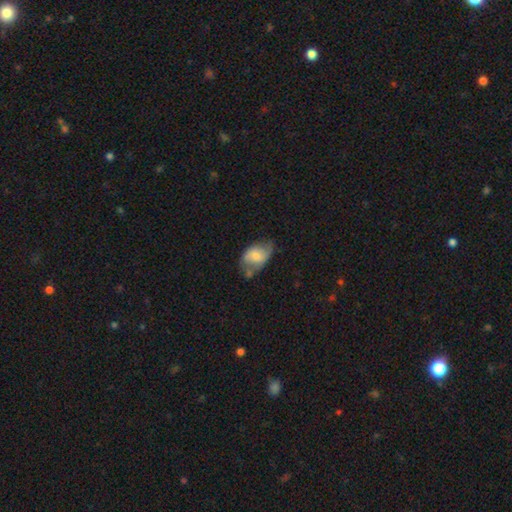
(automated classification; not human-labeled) The model was most divided on "merging": none: 44%, minor disturbance: 36%, major disturbance: 13%, merger: 8%. More confident: how rounded — in between (87%); smooth or featured — smooth (57%).